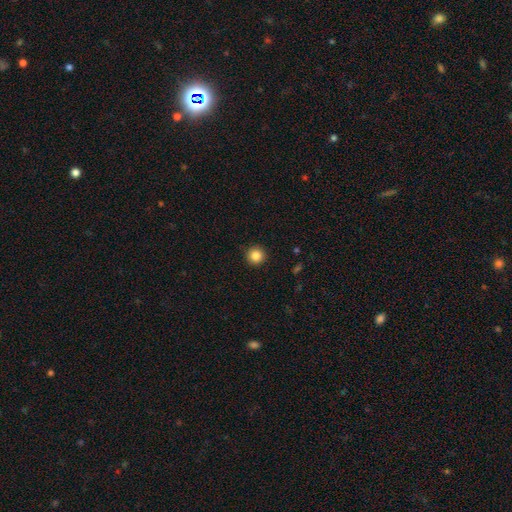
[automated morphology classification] This is clearly a smooth galaxy (85%). How rounded: clearly round (96%). Merging: clearly none (93%).